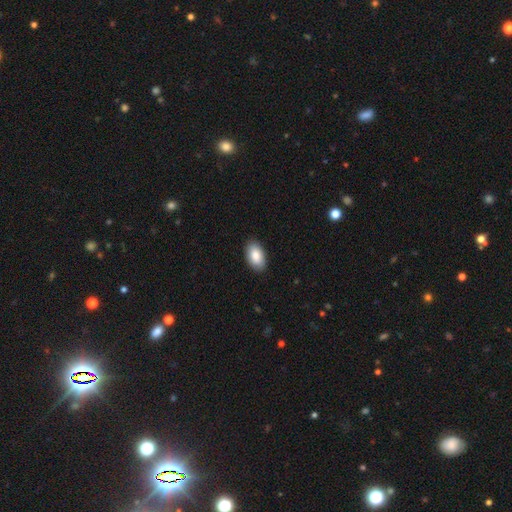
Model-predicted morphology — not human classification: The model was most divided on "smooth or featured": smooth: 85%, featured or disk: 9%, star or artifact: 6%. More confident: how rounded — in between (95%); merging — none (89%).